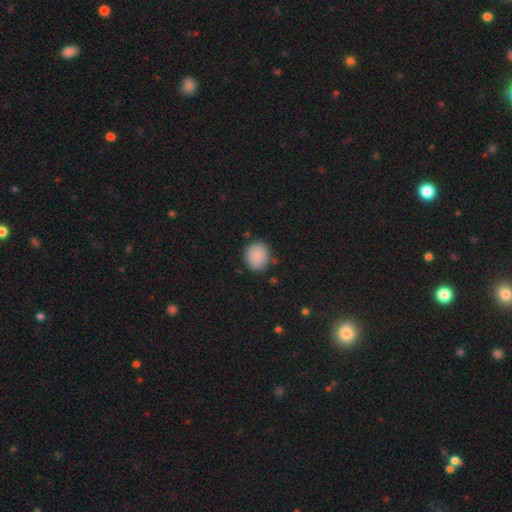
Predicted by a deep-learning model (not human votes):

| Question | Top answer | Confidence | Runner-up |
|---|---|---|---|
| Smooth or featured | smooth | 87% | star or artifact (8%) |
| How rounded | round | 76% | in between (23%) |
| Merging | none | 83% | minor disturbance (12%) |